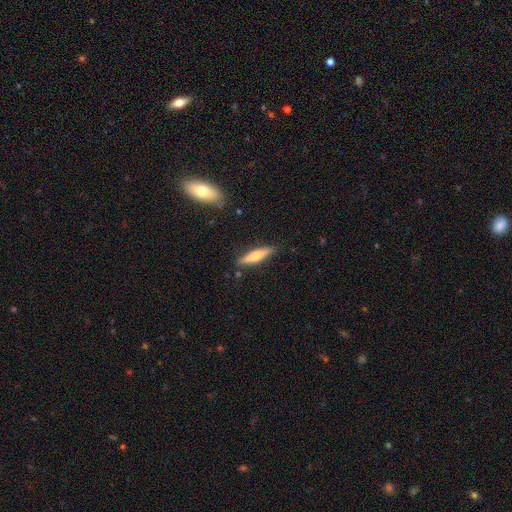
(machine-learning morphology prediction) Q: Smooth or featured?
A: smooth (51%); runner-up: featured or disk (43%)
Q: How rounded?
A: cigar-shaped (79%); runner-up: in between (19%)
Q: Merging?
A: none (85%); runner-up: minor disturbance (11%)